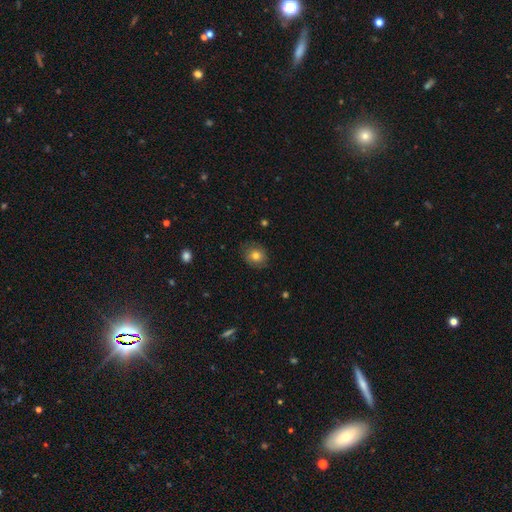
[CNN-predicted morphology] The model was most divided on "how rounded": round: 69%, in between: 30%, cigar-shaped: 1%. More confident: merging — none (79%); smooth or featured — smooth (72%).